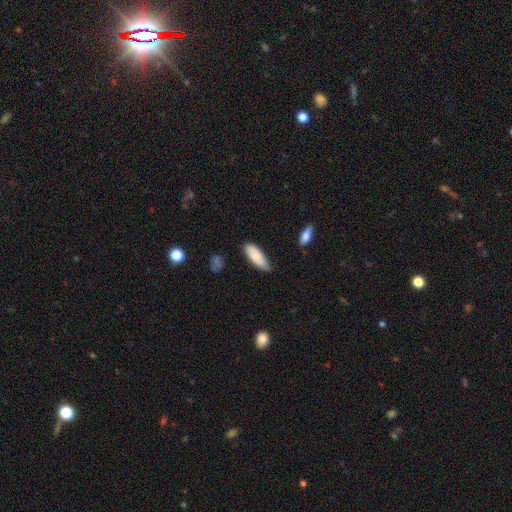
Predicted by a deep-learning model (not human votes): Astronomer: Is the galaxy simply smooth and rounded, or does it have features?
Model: smooth — 83%.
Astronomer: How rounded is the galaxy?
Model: in between — 75%.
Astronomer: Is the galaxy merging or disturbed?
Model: none — 68%.